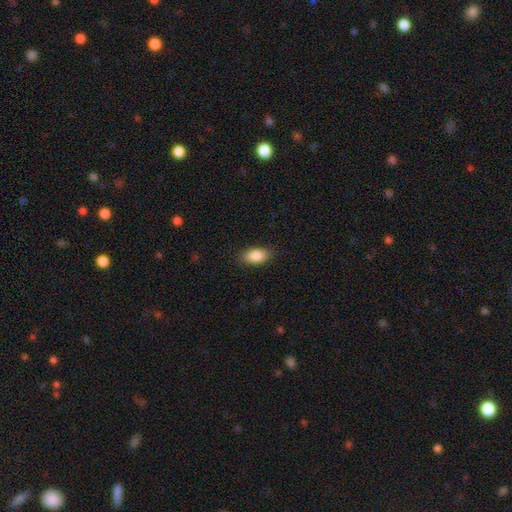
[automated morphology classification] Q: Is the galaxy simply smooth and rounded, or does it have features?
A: smooth — 88%.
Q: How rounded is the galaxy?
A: in between — 91%.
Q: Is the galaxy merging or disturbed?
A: none — 86%.